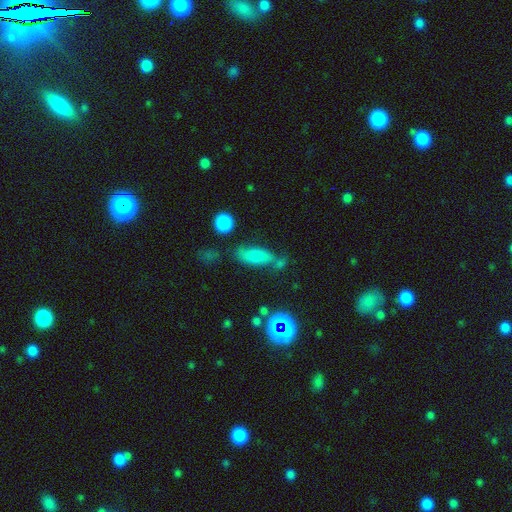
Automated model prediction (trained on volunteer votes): smooth_or_featured: smooth (p=0.66) [alt: featured or disk p=0.20]
how_rounded: in between (p=0.67) [alt: cigar-shaped p=0.28]
merging: none (p=0.59) [alt: minor disturbance p=0.20]